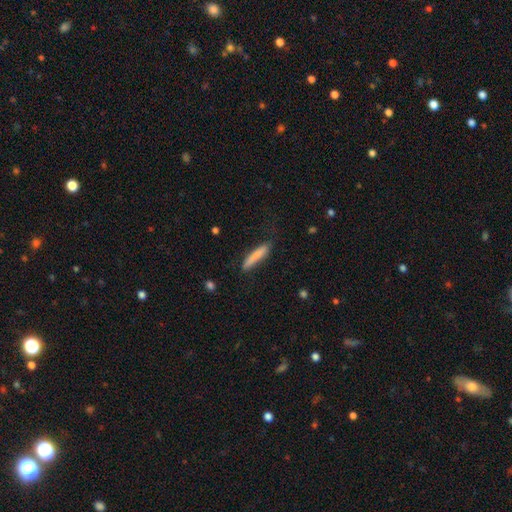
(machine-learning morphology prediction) A smooth galaxy with no disk features (81%) that is cigar-shaped (90%). Merging: none (77%).